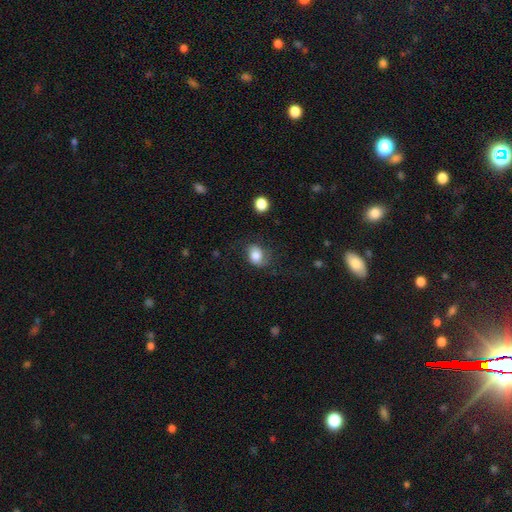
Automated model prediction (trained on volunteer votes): Smooth or featured?
  - smooth: 80% *
  - featured or disk: 11%
  - star or artifact: 9%
How rounded?
  - in between: 58% *
  - round: 41%
  - cigar-shaped: 1%
Merging?
  - none: 62% *
  - minor disturbance: 25%
  - major disturbance: 11%
  - merger: 2%